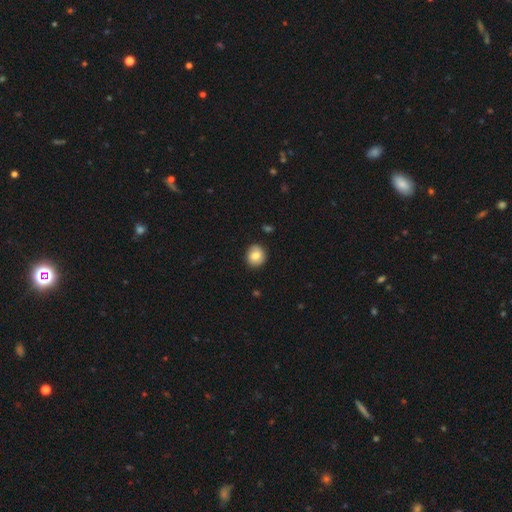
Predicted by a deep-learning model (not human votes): A smooth galaxy with no disk features (81%) that is round (83%).

Vote fractions:
- Smooth or featured? smooth: 81% / featured or disk: 11% / star or artifact: 8%
- How rounded? round: 83% / in between: 16% / cigar-shaped: 1%
- Merging? none: 87% / minor disturbance: 10% / major disturbance: 2% / merger: 1%